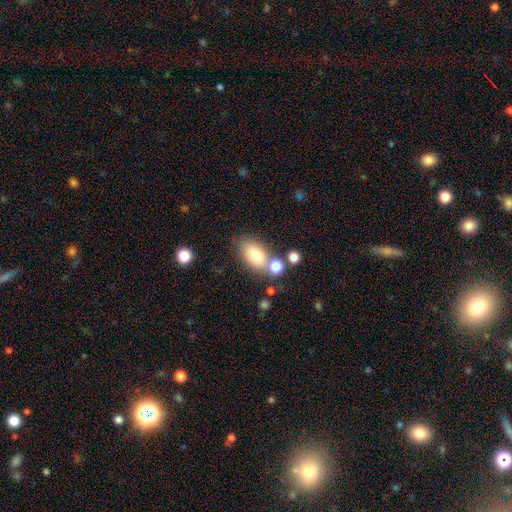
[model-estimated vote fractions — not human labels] Smooth or featured: smooth — 77% (featured or disk — 14%)
How rounded: in between — 87% (round — 10%)
Merging: none — 59% (merger — 21%)